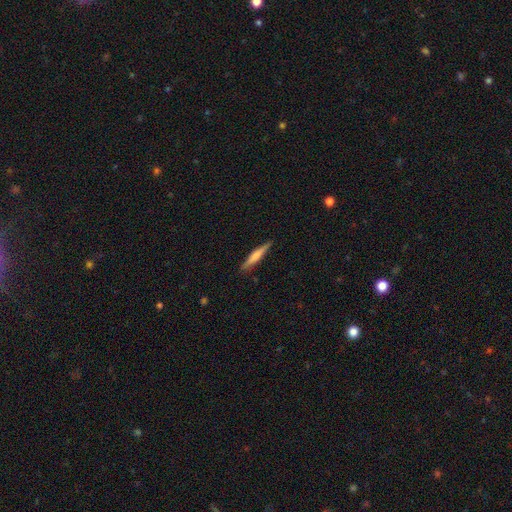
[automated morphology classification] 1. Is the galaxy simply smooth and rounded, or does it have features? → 58% smooth, 37% featured or disk, 6% star or artifact.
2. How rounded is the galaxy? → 92% cigar-shaped, 6% in between, 1% round.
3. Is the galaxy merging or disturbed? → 88% none, 9% minor disturbance, 2% major disturbance, 1% merger.